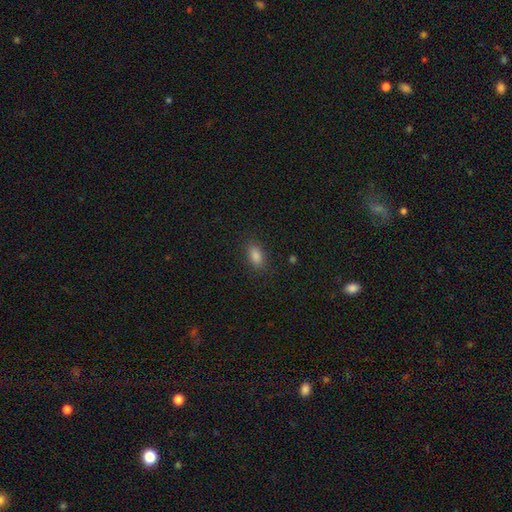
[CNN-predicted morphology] A smooth galaxy with no disk features (83%) that is in between round and cigar-shaped (87%).

Vote fractions:
- Smooth or featured? smooth: 83% / star or artifact: 11% / featured or disk: 5%
- How rounded? in between: 87% / round: 7% / cigar-shaped: 6%
- Merging? none: 87% / minor disturbance: 9% / major disturbance: 3% / merger: 1%